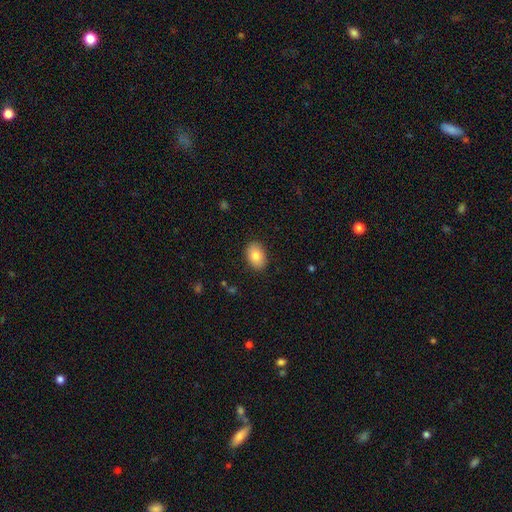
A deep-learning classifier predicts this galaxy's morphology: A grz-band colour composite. It shows a smooth galaxy with no disk features (84%) that is in between round and cigar-shaped (86%). Merging: none (89%).